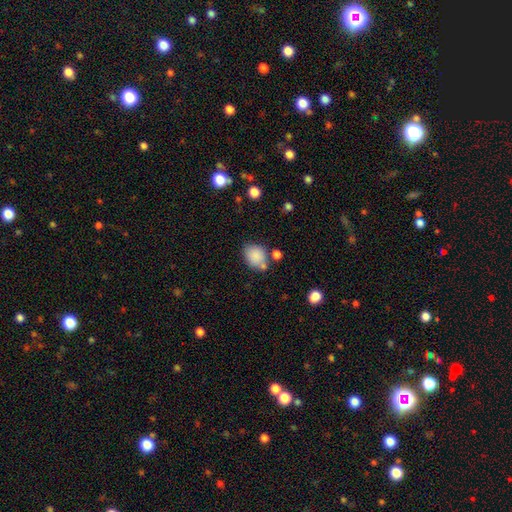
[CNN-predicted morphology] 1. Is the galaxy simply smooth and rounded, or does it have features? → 85% smooth, 9% star or artifact, 6% featured or disk.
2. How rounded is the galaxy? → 53% in between, 46% round, 1% cigar-shaped.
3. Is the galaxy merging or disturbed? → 62% none, 17% minor disturbance, 15% merger, 5% major disturbance.